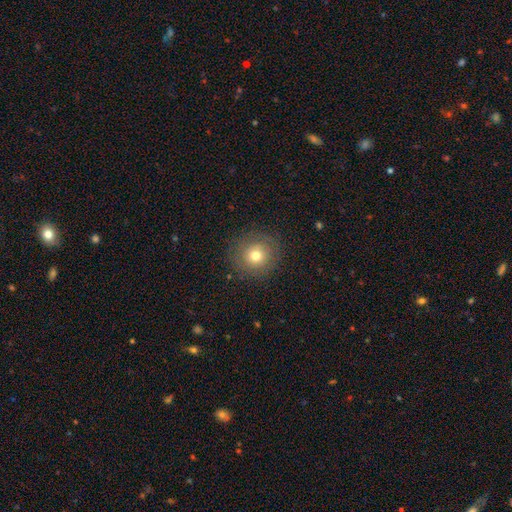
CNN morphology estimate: Q: Smooth or featured?
A: smooth (72%); runner-up: featured or disk (15%)
Q: How rounded?
A: round (91%); runner-up: in between (8%)
Q: Merging?
A: none (86%); runner-up: minor disturbance (9%)